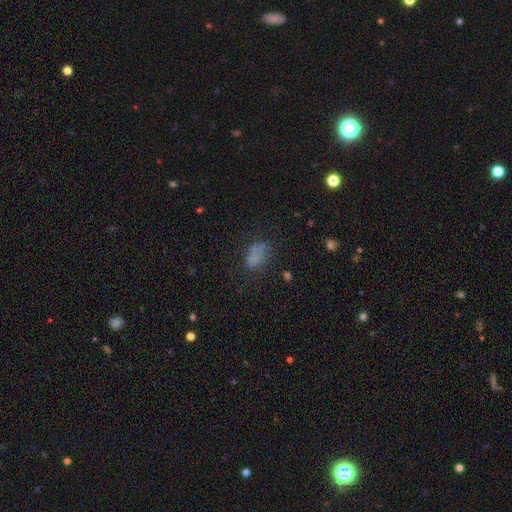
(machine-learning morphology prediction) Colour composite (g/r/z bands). It shows a smooth galaxy with no disk features (64%) that is in between round and cigar-shaped (84%). Merging: none (52%).